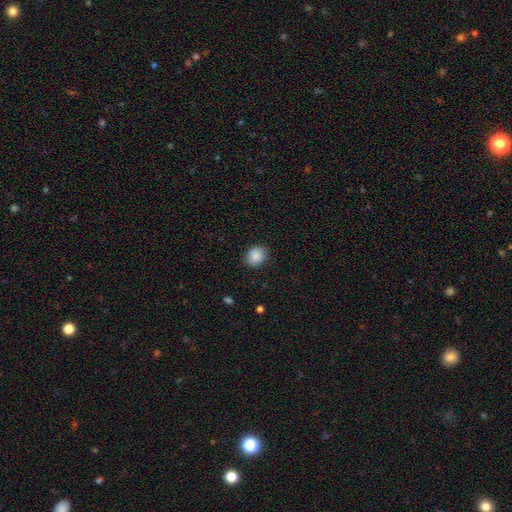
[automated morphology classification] Smooth or featured?
  - smooth: 87% *
  - star or artifact: 8%
  - featured or disk: 5%
How rounded?
  - round: 62% *
  - in between: 37%
  - cigar-shaped: 1%
Merging?
  - none: 87% *
  - minor disturbance: 10%
  - major disturbance: 2%
  - merger: 1%